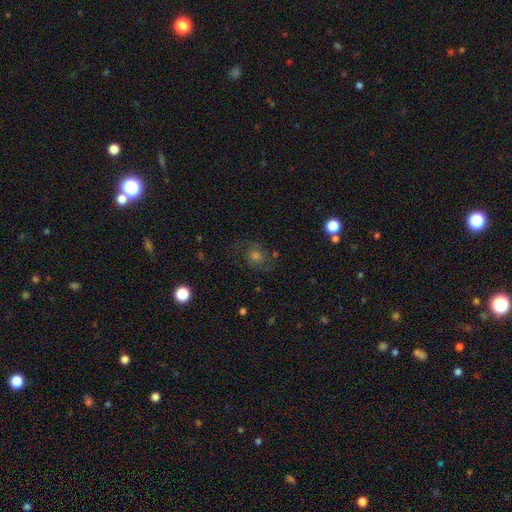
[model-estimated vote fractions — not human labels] The model was most divided on "smooth or featured": featured or disk: 41%, smooth: 36%, star or artifact: 23%. More confident: merging — none (72%).